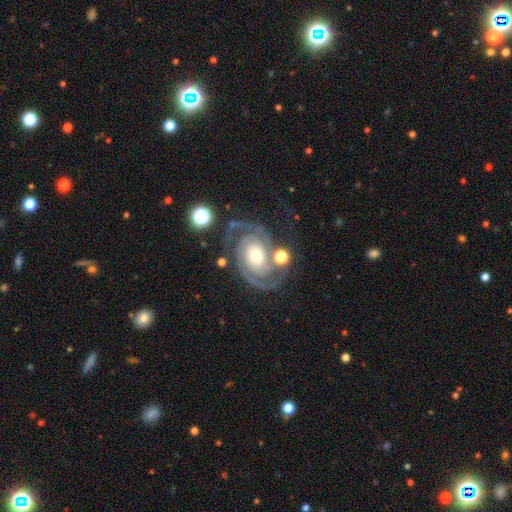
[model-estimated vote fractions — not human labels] A featured or disk galaxy (91%) with no bar (70%), 2 (88%) tight (68%) spiral arms (98%) and a moderate central bulge (54%).

Vote fractions:
- Smooth or featured? featured or disk: 91% / star or artifact: 5% / smooth: 4%
- Edge-on disk? no: 97% / yes: 3%
- Bar? no: 70% / weak: 20% / strong: 11%
- Spiral arms? yes: 98% / no: 2%
- Spiral winding? tight: 68% / medium: 27% / loose: 4%
- Spiral arm count? 2: 88% / 3: 4% / can't tell: 3% / 1: 2% / 4: 1% / more than 4: 1%
- Bulge size? moderate: 54% / small: 37% / large: 6% / none: 1% / dominant: 1%
- Merging? none: 72% / minor disturbance: 14% / major disturbance: 7% / merger: 7%